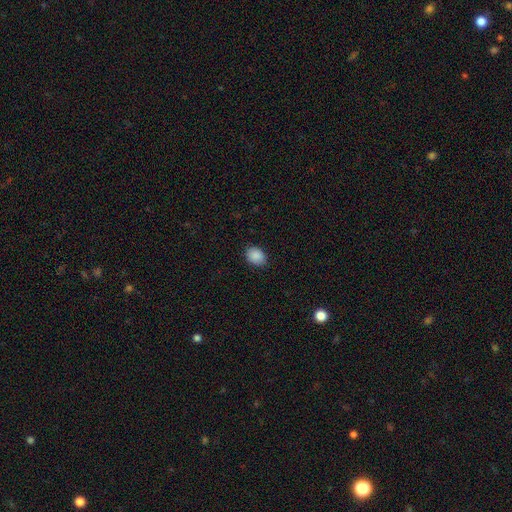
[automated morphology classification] Smooth or featured? Predicted: smooth (p=0.89). How rounded? Predicted: in between (p=0.66). Merging? Predicted: none (p=0.86).